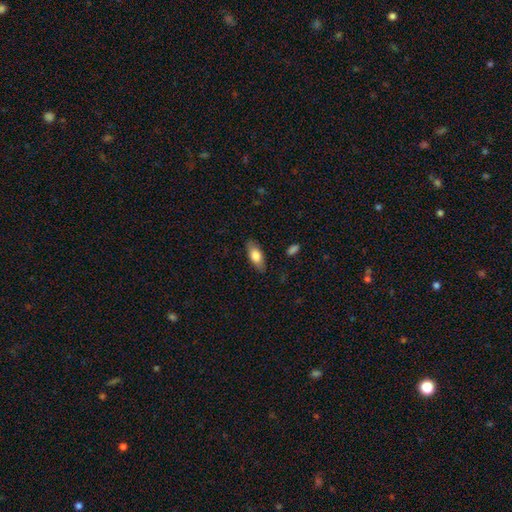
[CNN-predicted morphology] Overall: smooth (75%). How rounded: in between (82%). Merging: none (85%).